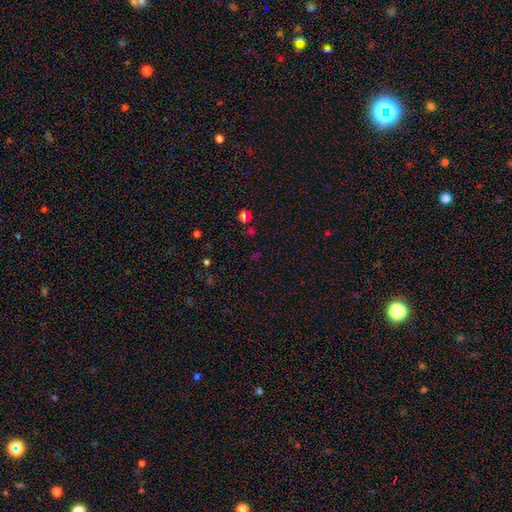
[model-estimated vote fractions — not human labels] Morphology: type=star or artifact (59%).